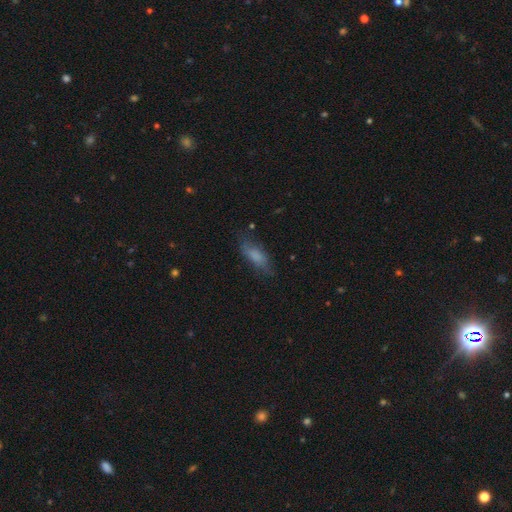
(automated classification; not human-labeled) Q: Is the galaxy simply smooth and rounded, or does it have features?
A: smooth — 73%.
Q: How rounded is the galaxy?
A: in between — 63%.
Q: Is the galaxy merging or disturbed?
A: none — 65%.